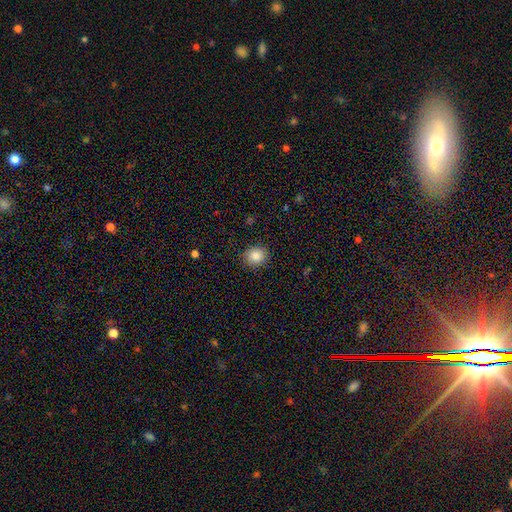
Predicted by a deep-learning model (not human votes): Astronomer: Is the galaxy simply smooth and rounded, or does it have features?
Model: smooth — 86%.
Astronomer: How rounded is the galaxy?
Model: round — 79%.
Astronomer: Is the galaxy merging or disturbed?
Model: none — 88%.